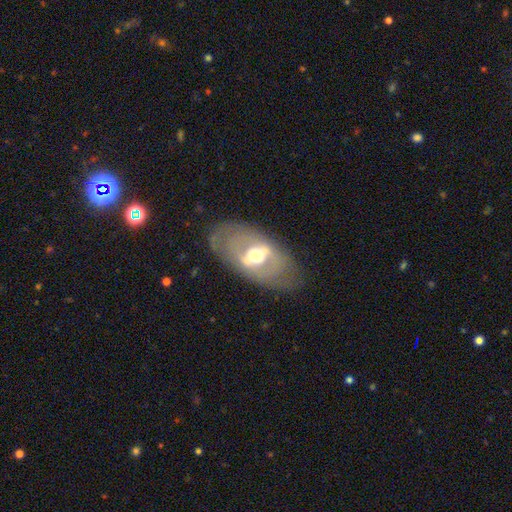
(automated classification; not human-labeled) Morphology: type=featured or disk (69%); edge-on=no (83%); bar=strong (58%); spiral arms=no (76%); bulge=moderate (66%); merging=none (75%).